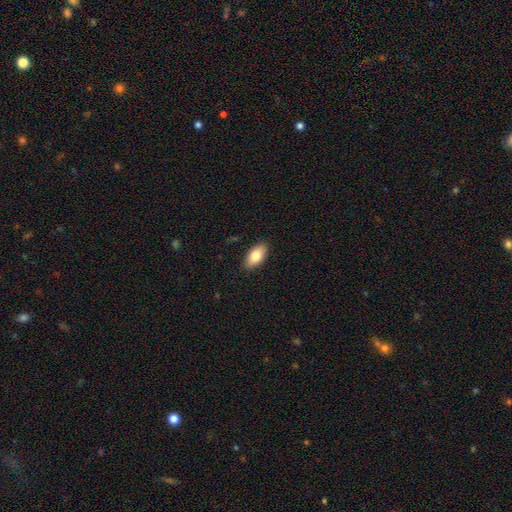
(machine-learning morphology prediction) The model was most divided on "smooth or featured": smooth: 82%, featured or disk: 11%, star or artifact: 6%. More confident: how rounded — in between (93%); merging — none (88%).